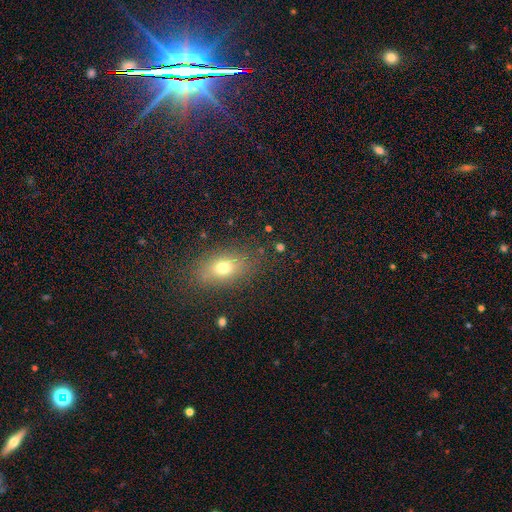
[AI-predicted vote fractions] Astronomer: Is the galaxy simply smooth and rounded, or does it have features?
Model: smooth — 63%.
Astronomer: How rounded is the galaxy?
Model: in between — 77%.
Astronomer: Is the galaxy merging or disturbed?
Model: none — 85%.